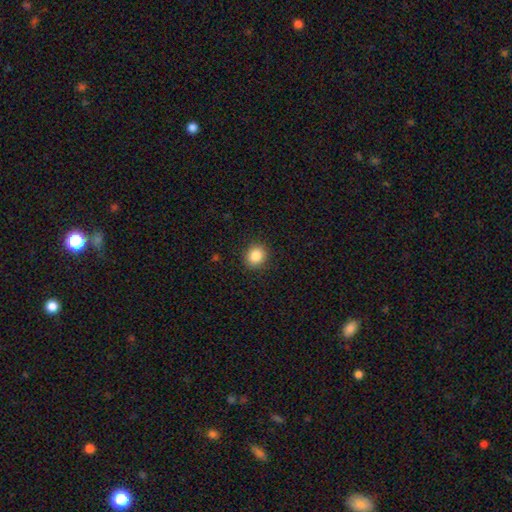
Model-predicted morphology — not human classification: Smooth or featured?
  - smooth: 86% *
  - star or artifact: 9%
  - featured or disk: 4%
How rounded?
  - round: 72% *
  - in between: 27%
  - cigar-shaped: 1%
Merging?
  - none: 90% *
  - minor disturbance: 7%
  - major disturbance: 2%
  - merger: 1%